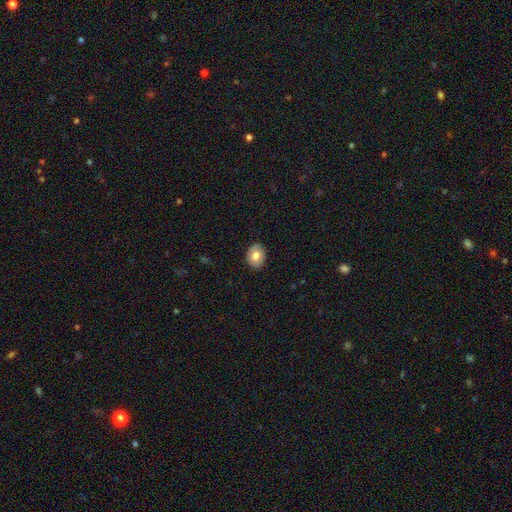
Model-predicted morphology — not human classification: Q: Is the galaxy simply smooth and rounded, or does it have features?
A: smooth — 72%.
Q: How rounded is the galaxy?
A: in between — 57%.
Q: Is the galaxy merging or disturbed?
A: none — 87%.